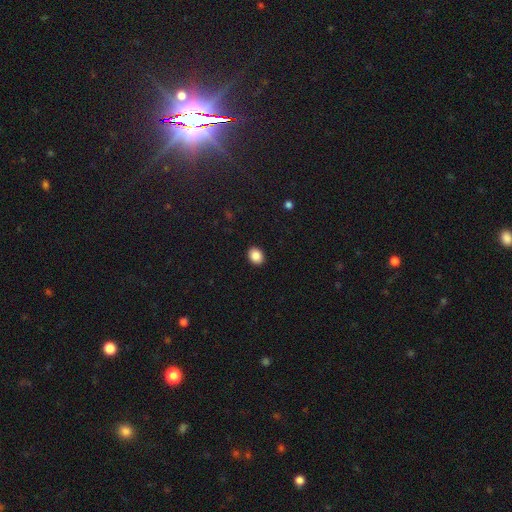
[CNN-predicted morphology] This is clearly a smooth galaxy (88%). How rounded: possibly in between (54%). Merging: clearly none (91%).